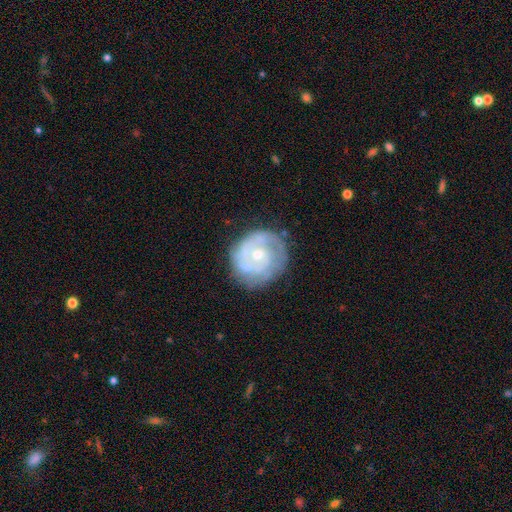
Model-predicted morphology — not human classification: Smooth or featured? Predicted: featured or disk (p=0.74). Edge-on disk? Predicted: no (p=0.98). Bar? Predicted: no (p=0.75). Spiral arms? Predicted: yes (p=0.85). Spiral winding? Predicted: tight (p=0.62). Spiral arm count? Predicted: 2 (p=0.35). Bulge size? Predicted: small (p=0.55). Merging? Predicted: none (p=0.72).